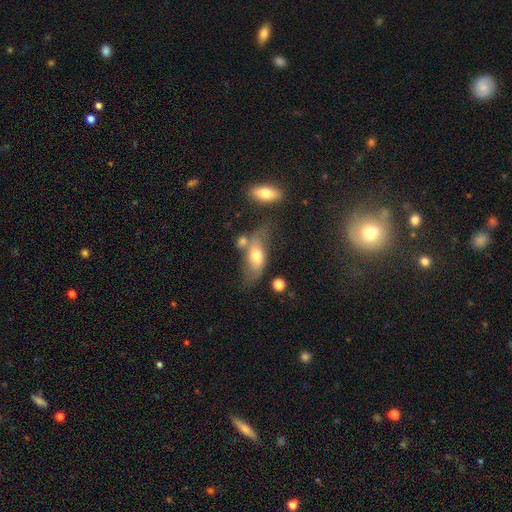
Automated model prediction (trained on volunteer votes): smooth-or-featured: smooth: 49% | featured or disk: 43% | star or artifact: 8%
  merging: none: 40% | minor disturbance: 23% | merger: 21% | major disturbance: 15%